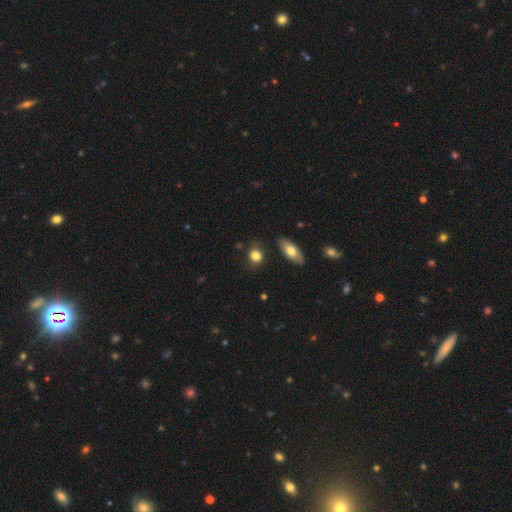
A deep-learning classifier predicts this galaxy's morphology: smooth-or-featured: smooth: 83% | star or artifact: 9% | featured or disk: 8%
  how-rounded: round: 57% | in between: 41% | cigar-shaped: 2%
  merging: none: 77% | minor disturbance: 15% | major disturbance: 4% | merger: 4%